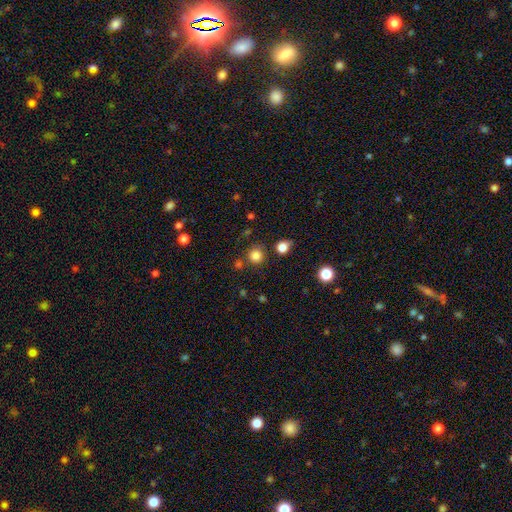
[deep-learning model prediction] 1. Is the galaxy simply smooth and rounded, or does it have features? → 82% smooth, 14% star or artifact, 4% featured or disk.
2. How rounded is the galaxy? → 93% round, 6% in between, 1% cigar-shaped.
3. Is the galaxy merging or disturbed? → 81% none, 9% minor disturbance, 7% merger, 3% major disturbance.